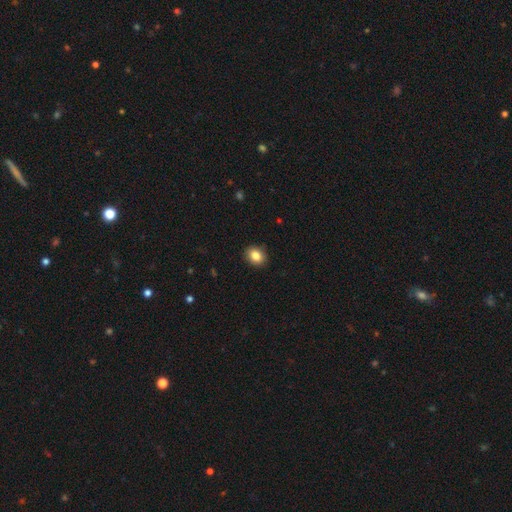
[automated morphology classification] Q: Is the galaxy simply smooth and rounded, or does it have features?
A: smooth — 85%.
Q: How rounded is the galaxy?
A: round — 52%.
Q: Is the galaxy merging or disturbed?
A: none — 90%.